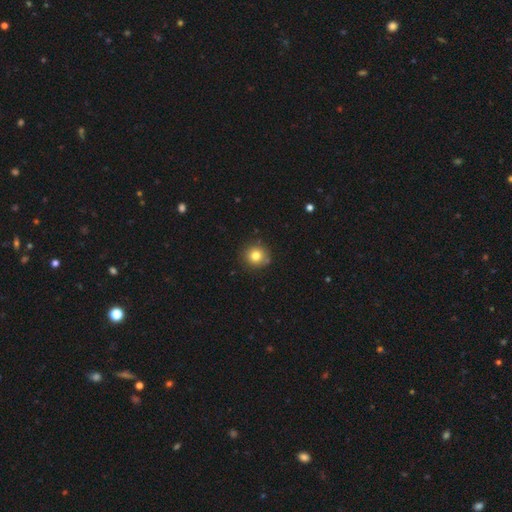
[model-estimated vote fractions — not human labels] Q: Smooth or featured?
A: smooth (80%); runner-up: star or artifact (12%)
Q: How rounded?
A: round (93%); runner-up: in between (6%)
Q: Merging?
A: none (86%); runner-up: minor disturbance (9%)